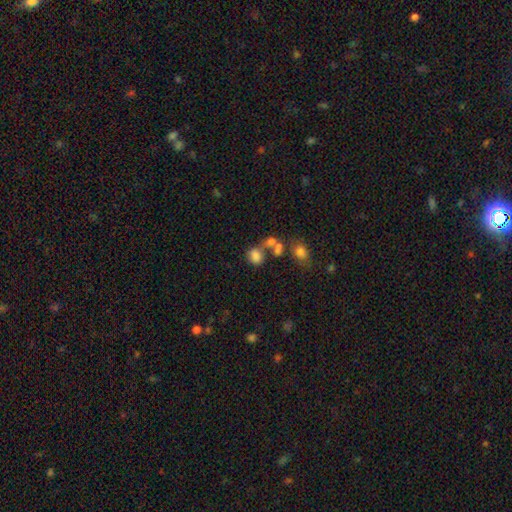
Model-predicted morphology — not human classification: Smooth or featured?
  - smooth: 75% *
  - star or artifact: 13%
  - featured or disk: 12%
How rounded?
  - in between: 55% *
  - round: 44%
  - cigar-shaped: 1%
Merging?
  - none: 41% *
  - merger: 37%
  - minor disturbance: 13%
  - major disturbance: 9%